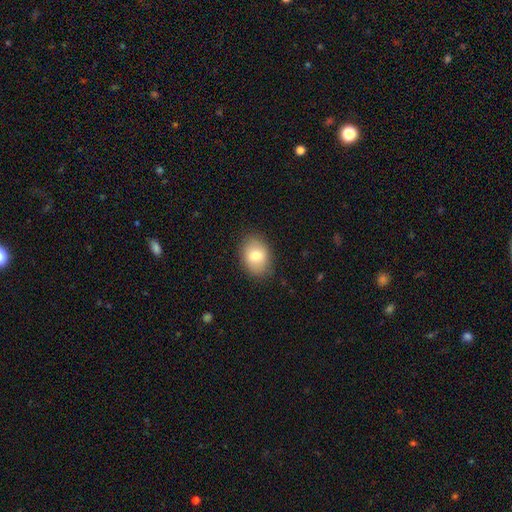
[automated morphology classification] Smooth or featured: smooth — 77% (featured or disk — 15%)
How rounded: in between — 73% (round — 26%)
Merging: none — 85% (minor disturbance — 11%)